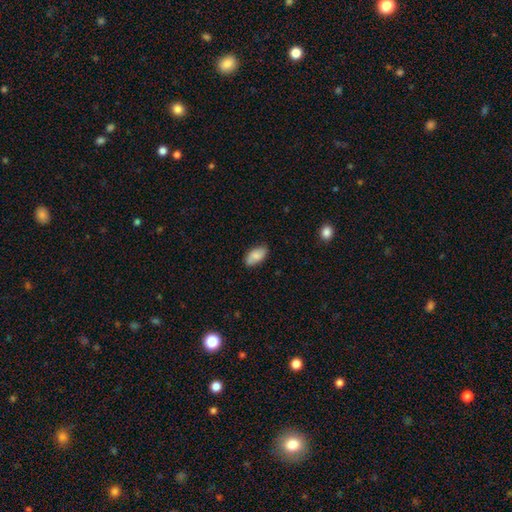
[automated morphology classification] This is clearly a smooth galaxy (80%). How rounded: clearly in between (94%). Merging: clearly none (82%).